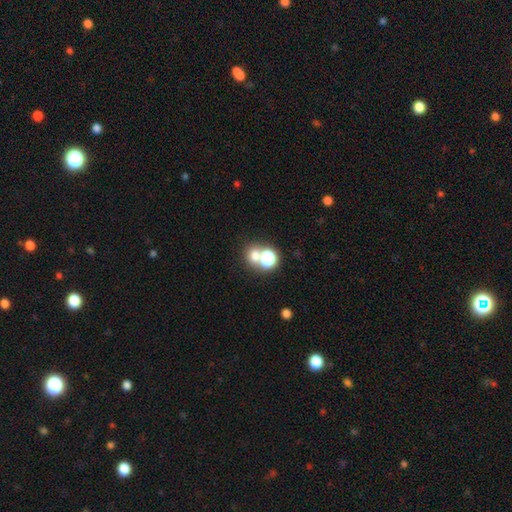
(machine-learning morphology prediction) Q: Smooth or featured?
A: smooth (64%); runner-up: star or artifact (26%)
Q: How rounded?
A: round (78%); runner-up: in between (21%)
Q: Merging?
A: none (52%); runner-up: merger (38%)